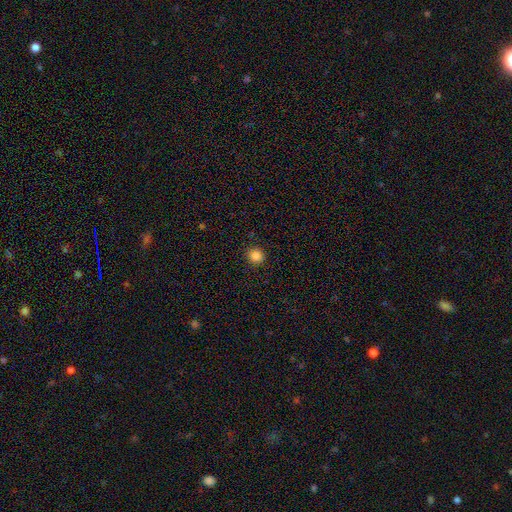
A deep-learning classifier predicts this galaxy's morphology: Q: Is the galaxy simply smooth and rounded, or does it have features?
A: smooth — 85%.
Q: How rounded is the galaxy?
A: round — 91%.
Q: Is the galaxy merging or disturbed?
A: none — 92%.